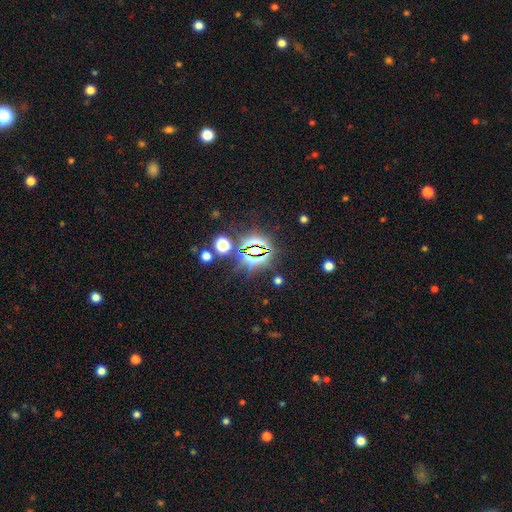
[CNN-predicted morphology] smooth-or-featured: star or artifact: 78% | smooth: 13% | featured or disk: 9%